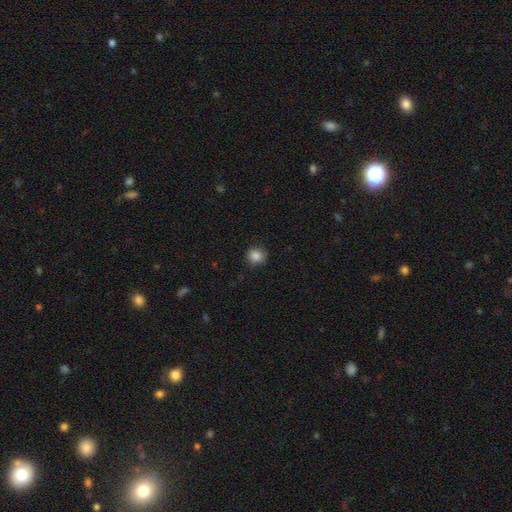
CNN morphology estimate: Smooth or featured: smooth — 85% (star or artifact — 11%)
How rounded: round — 90% (in between — 9%)
Merging: none — 89% (minor disturbance — 8%)